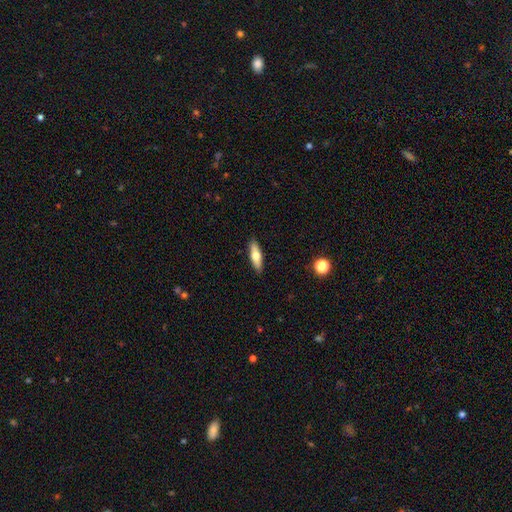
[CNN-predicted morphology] Overall: smooth (58%; featured or disk 35%). How rounded: cigar-shaped (56%; in between 42%). Merging: none (90%).